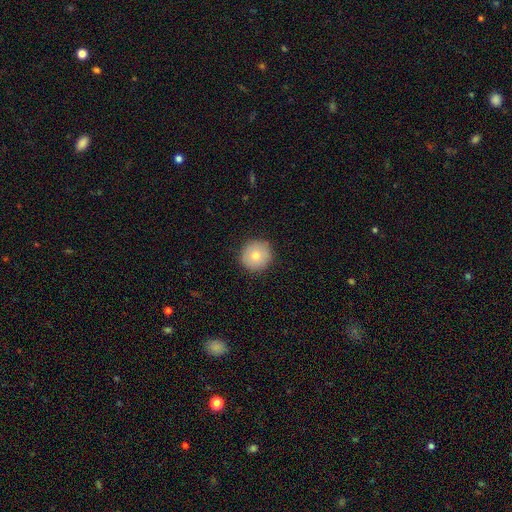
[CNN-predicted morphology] A smooth galaxy with no disk features (75%) that is round (95%).

Vote fractions:
- Smooth or featured? smooth: 75% / featured or disk: 16% / star or artifact: 9%
- How rounded? round: 95% / in between: 4% / cigar-shaped: 1%
- Merging? none: 90% / minor disturbance: 7% / major disturbance: 2% / merger: 1%